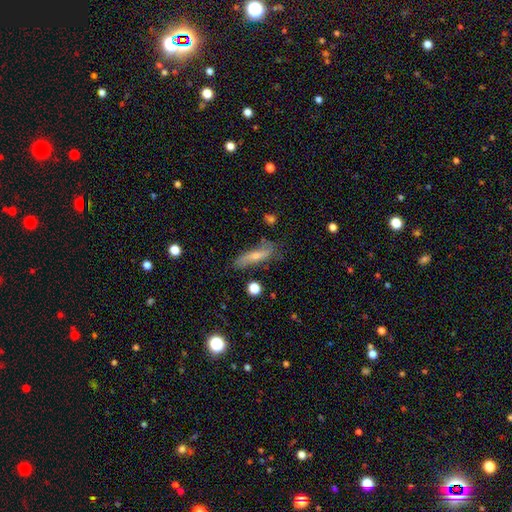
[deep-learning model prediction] The model was most divided on "smooth or featured": smooth: 50%, featured or disk: 40%, star or artifact: 10%. More confident: merging — none (67%).